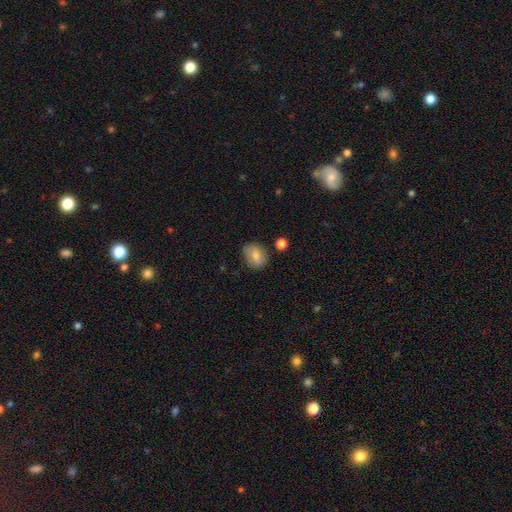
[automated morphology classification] This is likely a smooth galaxy (77%). How rounded: likely in between (62%). Merging: likely none (76%).